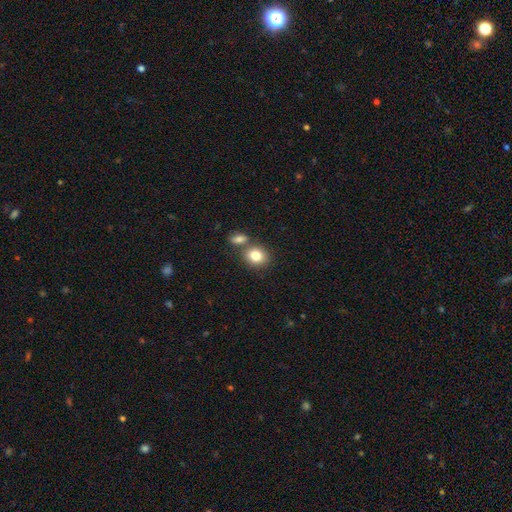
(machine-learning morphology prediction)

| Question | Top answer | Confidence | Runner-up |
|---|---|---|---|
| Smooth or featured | smooth | 82% | star or artifact (9%) |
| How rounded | round | 66% | in between (33%) |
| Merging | none | 61% | merger (27%) |